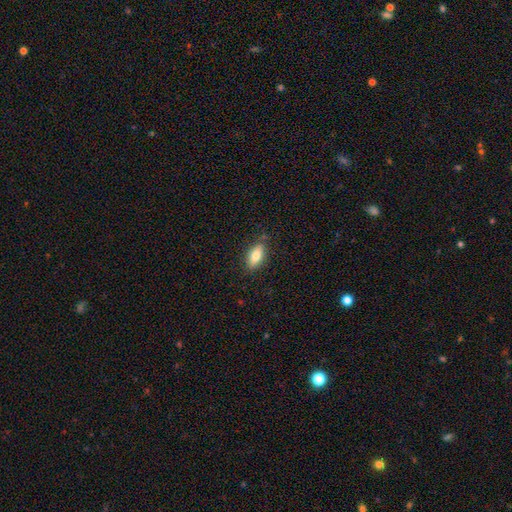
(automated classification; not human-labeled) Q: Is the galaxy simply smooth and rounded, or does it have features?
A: smooth — 77%.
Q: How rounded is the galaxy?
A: in between — 84%.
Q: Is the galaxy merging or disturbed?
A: none — 82%.